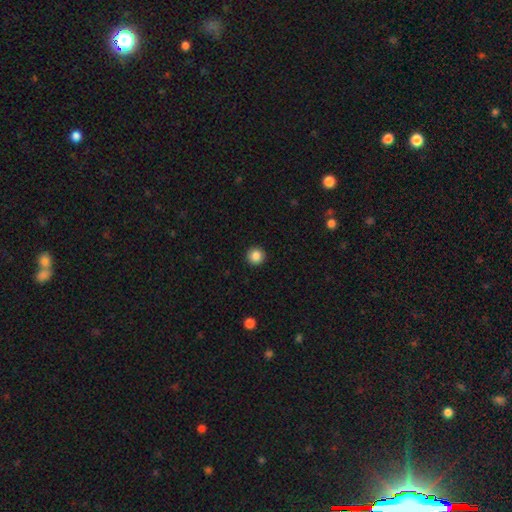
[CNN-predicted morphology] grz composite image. It shows a smooth galaxy with no disk features (87%) that is round (96%). Merging: none (93%).